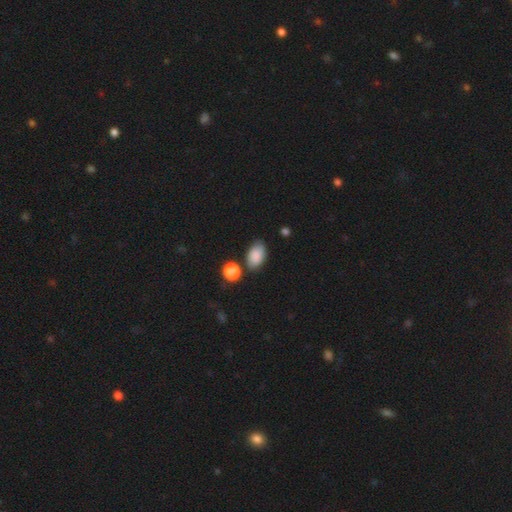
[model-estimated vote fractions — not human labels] This is clearly a smooth galaxy (85%). How rounded: clearly in between (91%). Merging: likely none (73%).